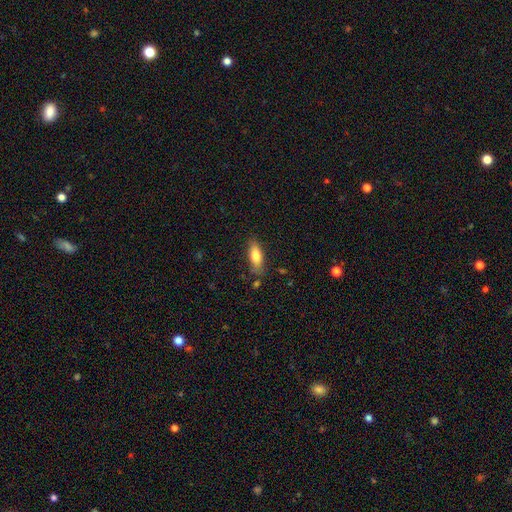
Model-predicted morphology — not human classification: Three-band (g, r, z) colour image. It shows a smooth galaxy with no disk features (77%) that is in between round and cigar-shaped (68%). Merging: none (78%).